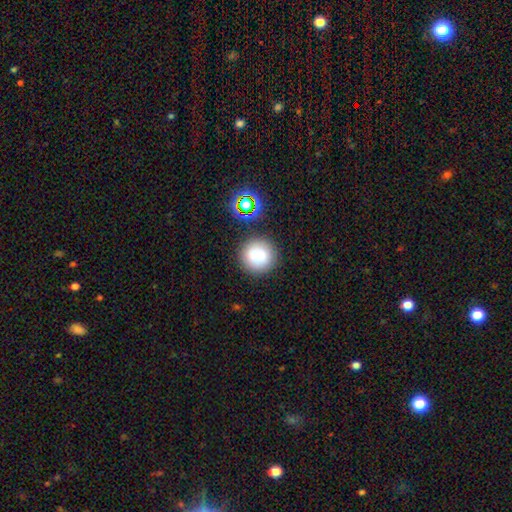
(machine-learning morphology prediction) smooth_or_featured: smooth (p=0.75) [alt: star or artifact p=0.13]
how_rounded: round (p=0.92) [alt: in between p=0.07]
merging: none (p=0.86) [alt: minor disturbance p=0.07]